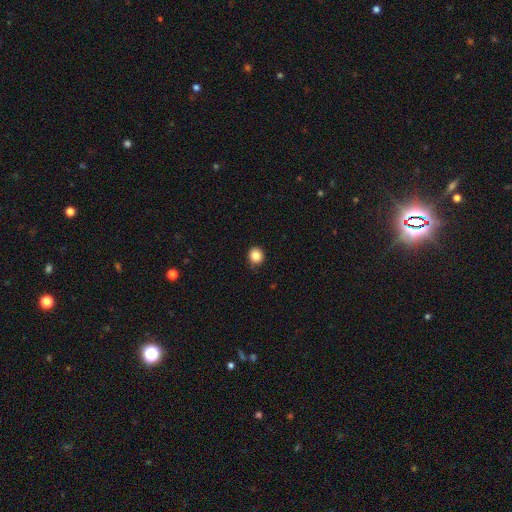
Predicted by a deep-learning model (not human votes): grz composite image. It shows a smooth galaxy with no disk features (86%) that is round (87%). Merging: none (88%).